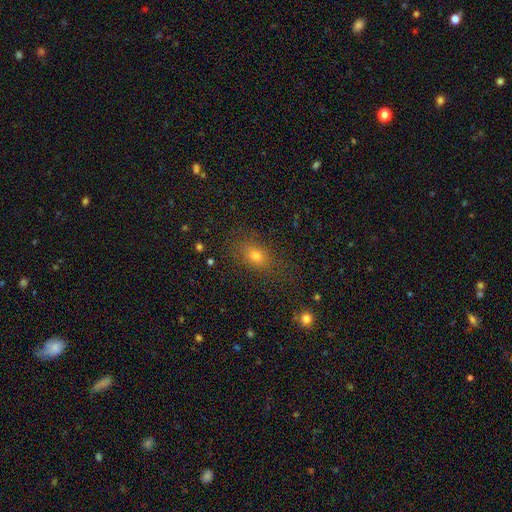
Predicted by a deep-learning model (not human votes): Overall: smooth (71%). How rounded: in between (67%; round 29%). Merging: none (78%).